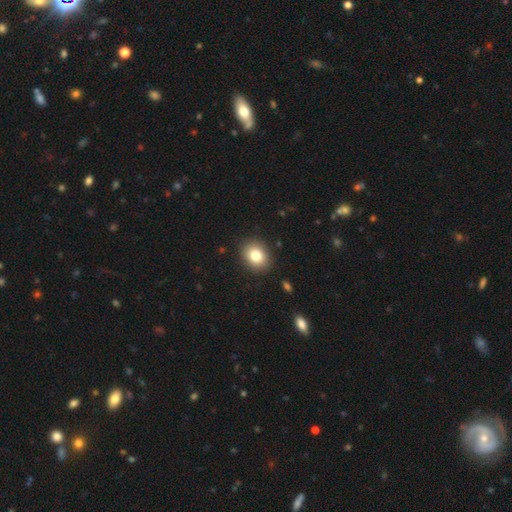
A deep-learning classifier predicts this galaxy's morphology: A smooth galaxy with no disk features (82%) that is in between round and cigar-shaped (50%). Merging: none (89%).